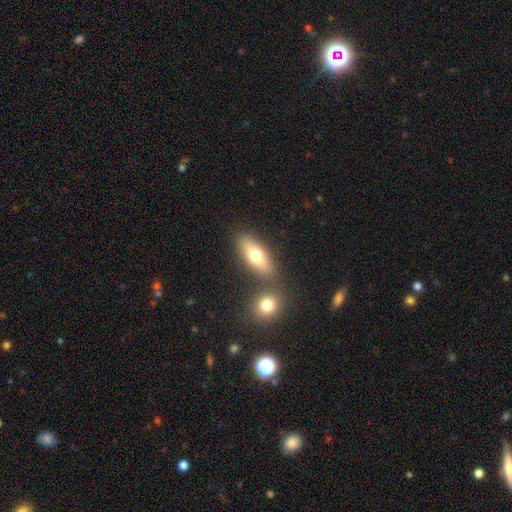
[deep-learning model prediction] Q: Smooth or featured?
A: smooth (70%); runner-up: featured or disk (22%)
Q: How rounded?
A: in between (74%); runner-up: cigar-shaped (20%)
Q: Merging?
A: none (66%); runner-up: merger (21%)